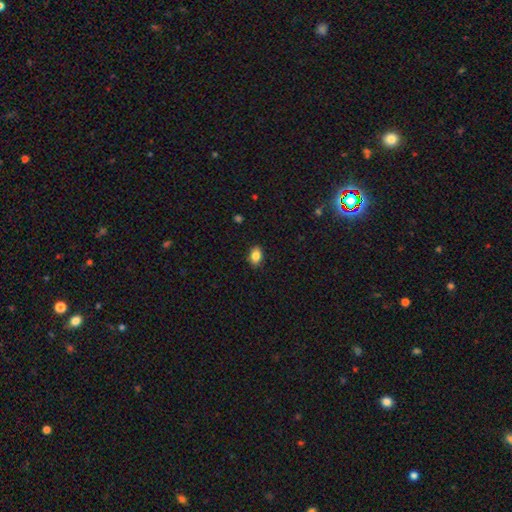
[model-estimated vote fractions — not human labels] A smooth galaxy with no disk features (86%) that is in between round and cigar-shaped (80%).

Vote fractions:
- Smooth or featured? smooth: 86% / star or artifact: 9% / featured or disk: 6%
- How rounded? in between: 80% / round: 18% / cigar-shaped: 1%
- Merging? none: 88% / minor disturbance: 9% / major disturbance: 2% / merger: 1%